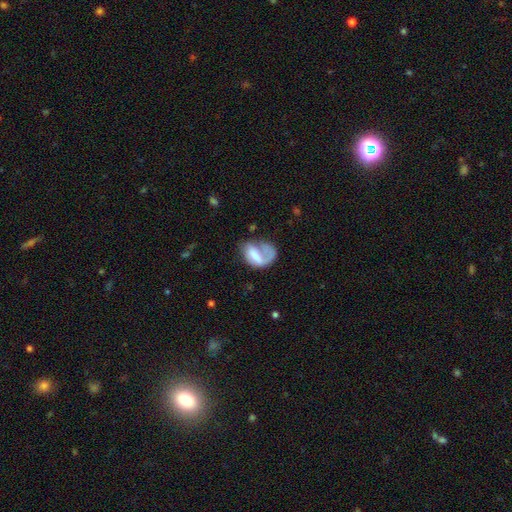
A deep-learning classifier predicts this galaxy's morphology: Smooth or featured?
  - smooth: 49% *
  - featured or disk: 44%
  - star or artifact: 7%
Merging?
  - major disturbance: 44% *
  - none: 29%
  - minor disturbance: 20%
  - merger: 7%